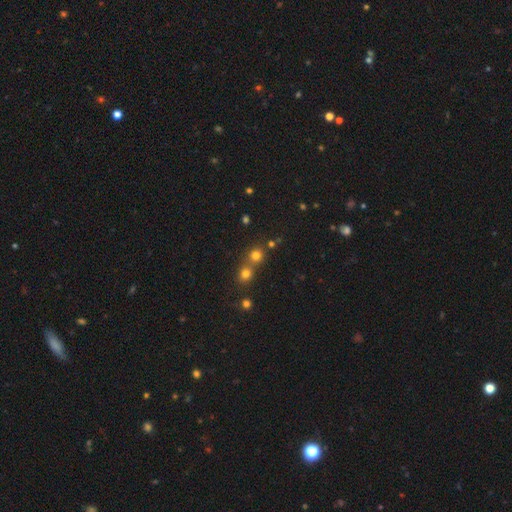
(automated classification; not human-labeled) smooth-or-featured: smooth: 72% | star or artifact: 20% | featured or disk: 7%
  how-rounded: round: 89% | in between: 10% | cigar-shaped: 1%
  merging: none: 56% | merger: 37% | minor disturbance: 5% | major disturbance: 2%